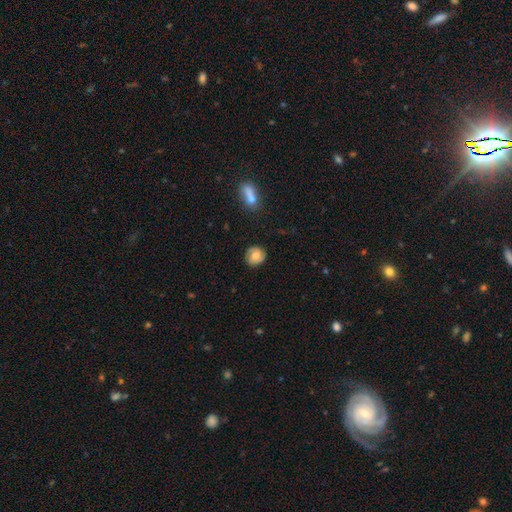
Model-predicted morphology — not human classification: Smooth or featured: smooth — 49% (featured or disk — 43%)
Merging: none — 80% (minor disturbance — 15%)